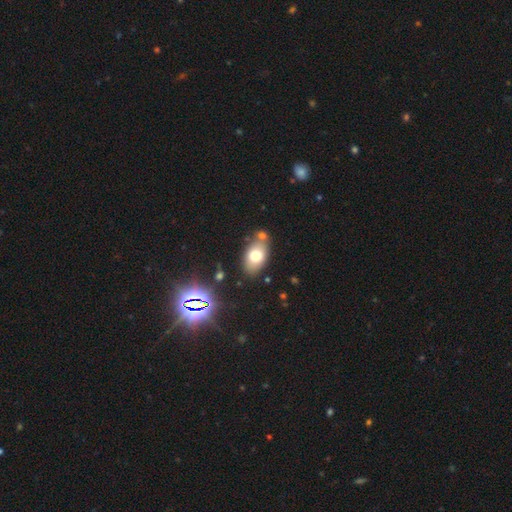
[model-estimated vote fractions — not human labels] A smooth galaxy with no disk features (71%) that is in between round and cigar-shaped (87%).

Vote fractions:
- Smooth or featured? smooth: 71% / featured or disk: 17% / star or artifact: 12%
- How rounded? in between: 87% / round: 11% / cigar-shaped: 2%
- Merging? none: 70% / minor disturbance: 14% / merger: 12% / major disturbance: 4%